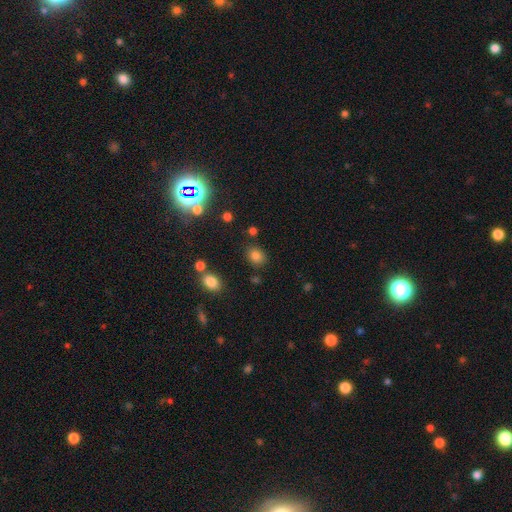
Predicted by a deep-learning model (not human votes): smooth_or_featured: smooth (p=0.80) [alt: star or artifact p=0.14]
how_rounded: round (p=0.50) [alt: in between p=0.48]
merging: none (p=0.80) [alt: minor disturbance p=0.11]